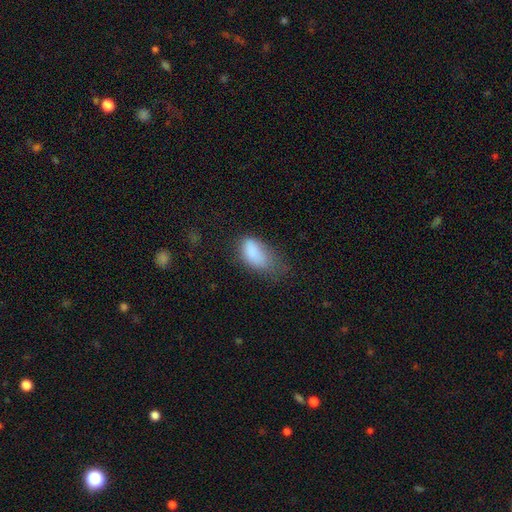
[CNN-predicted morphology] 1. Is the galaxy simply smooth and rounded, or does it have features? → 82% smooth, 9% featured or disk, 9% star or artifact.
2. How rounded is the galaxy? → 92% in between, 4% round, 4% cigar-shaped.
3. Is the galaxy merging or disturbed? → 38% minor disturbance, 31% major disturbance, 28% none, 3% merger.